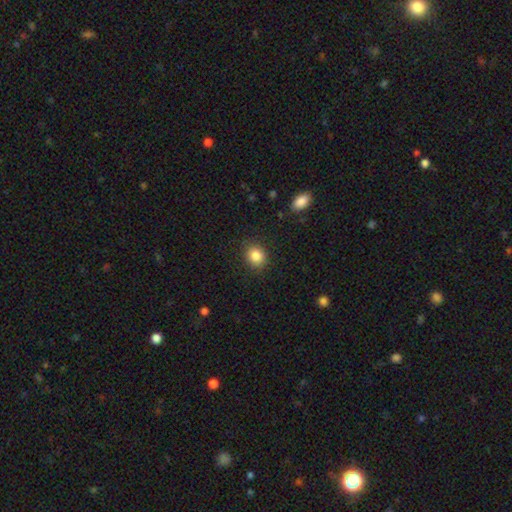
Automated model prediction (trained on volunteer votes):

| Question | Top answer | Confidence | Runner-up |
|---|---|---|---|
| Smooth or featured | smooth | 85% | star or artifact (10%) |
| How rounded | round | 69% | in between (31%) |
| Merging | none | 86% | minor disturbance (10%) |